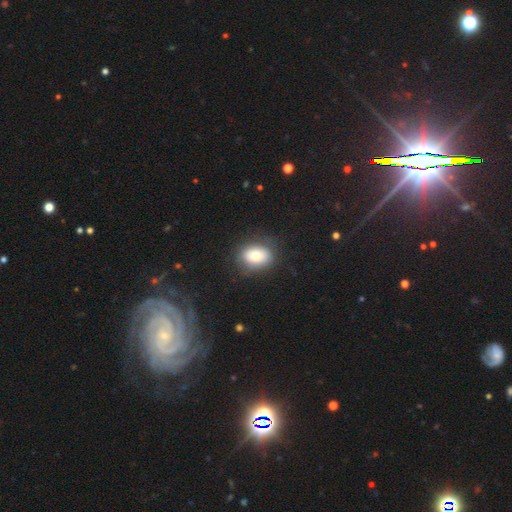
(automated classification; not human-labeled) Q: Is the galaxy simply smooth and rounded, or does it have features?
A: smooth — 77%.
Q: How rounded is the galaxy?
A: in between — 71%.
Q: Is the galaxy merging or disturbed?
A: none — 77%.